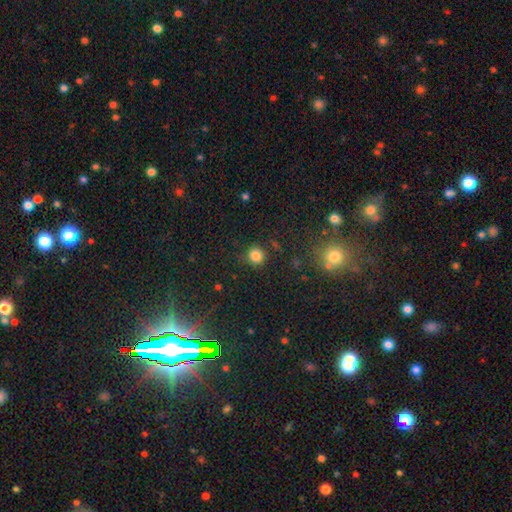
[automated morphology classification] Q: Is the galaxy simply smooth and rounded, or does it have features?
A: smooth — 82%.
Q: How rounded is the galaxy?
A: round — 89%.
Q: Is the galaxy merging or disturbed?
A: none — 83%.